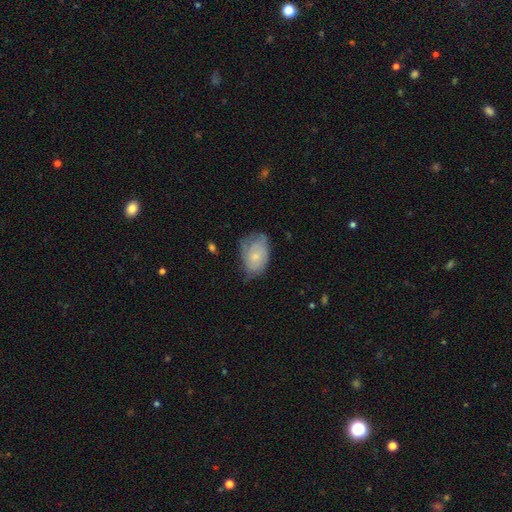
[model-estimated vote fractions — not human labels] Smooth or featured? smooth (56%)
How rounded? in between (82%)
Merging? none (47%)